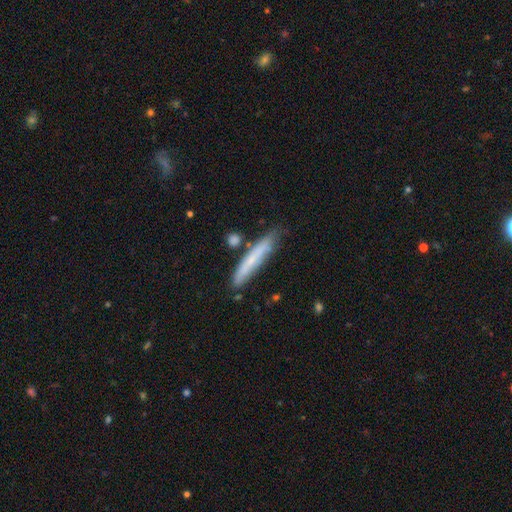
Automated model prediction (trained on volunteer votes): Overall: smooth (63%; featured or disk 29%). How rounded: cigar-shaped (93%). Merging: none (77%).